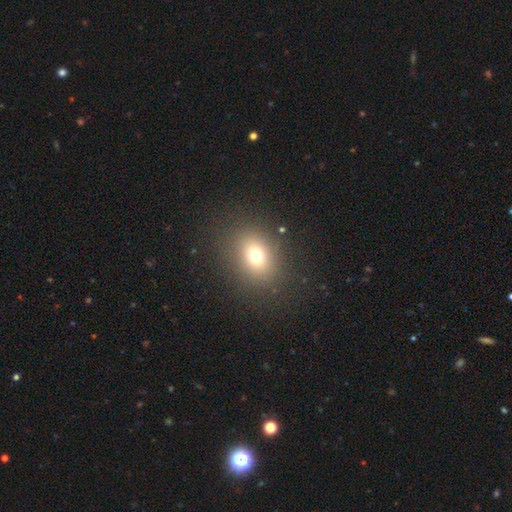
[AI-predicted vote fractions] Smooth or featured? Predicted: smooth (p=0.71). How rounded? Predicted: round (p=0.59). Merging? Predicted: none (p=0.85).